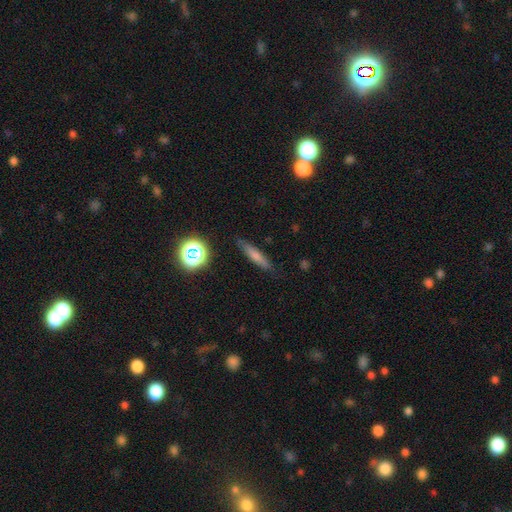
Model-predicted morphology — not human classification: The model was most divided on "smooth or featured": smooth: 66%, featured or disk: 23%, star or artifact: 11%. More confident: merging — none (84%); how rounded — cigar-shaped (84%).